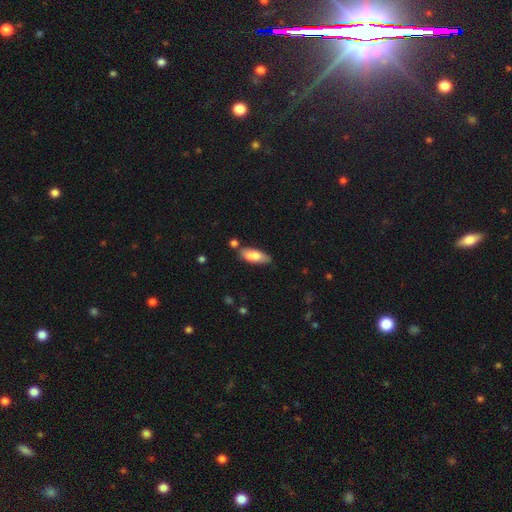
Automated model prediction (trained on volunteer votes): This is likely a smooth galaxy (76%). How rounded: likely in between (65%). Merging: possibly none (56%).